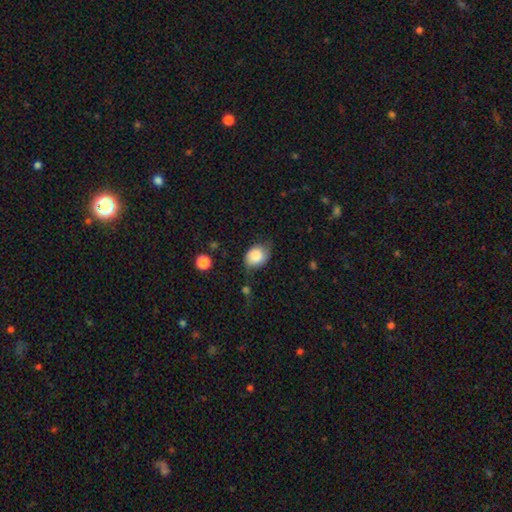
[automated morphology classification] Overall: smooth (84%). How rounded: in between (53%; round 46%). Merging: none (53%; minor disturbance 32%).